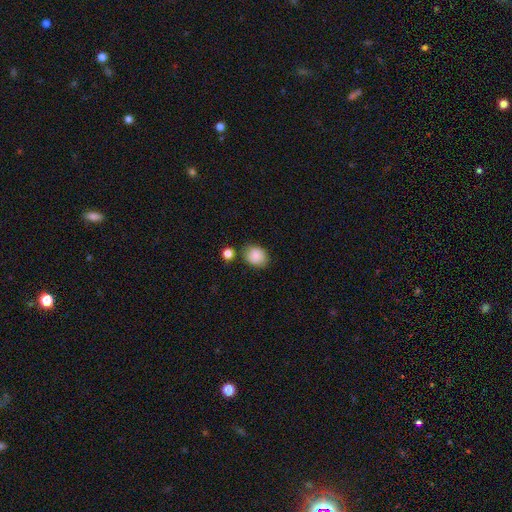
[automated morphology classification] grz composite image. It shows a smooth galaxy with no disk features (83%) that is round (57%). Merging: none (74%).